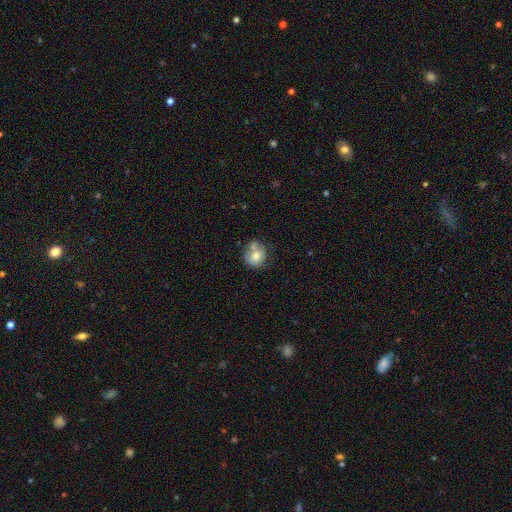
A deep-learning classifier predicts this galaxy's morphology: Smooth or featured?
  - smooth: 70% *
  - featured or disk: 21%
  - star or artifact: 9%
How rounded?
  - round: 76% *
  - in between: 23%
  - cigar-shaped: 1%
Merging?
  - none: 42% *
  - merger: 27%
  - minor disturbance: 21%
  - major disturbance: 9%